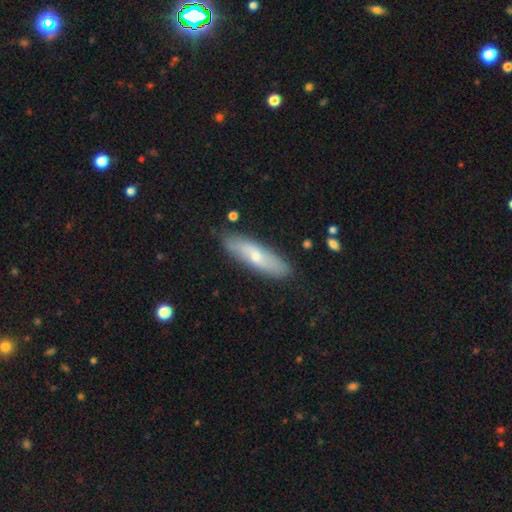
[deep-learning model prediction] A smooth galaxy with no disk features (55%) that is cigar-shaped (58%). Merging: none (85%).